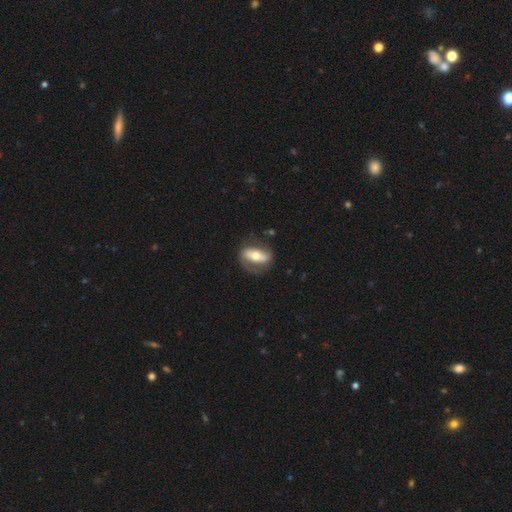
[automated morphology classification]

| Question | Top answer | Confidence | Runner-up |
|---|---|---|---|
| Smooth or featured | featured or disk | 54% | smooth (40%) |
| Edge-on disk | no | 81% | yes (19%) |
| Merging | none | 67% | minor disturbance (20%) |